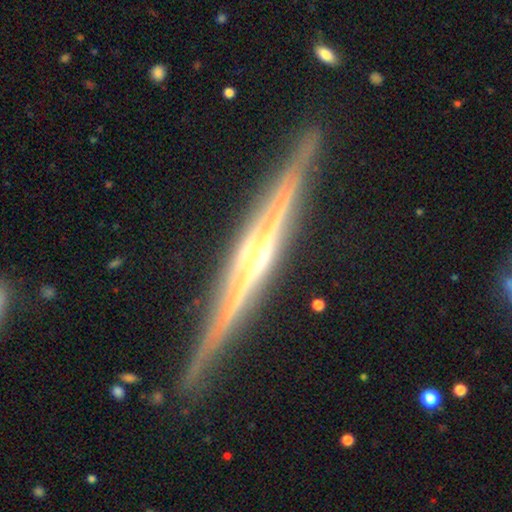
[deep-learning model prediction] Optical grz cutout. It shows a featured or disk galaxy (89%) viewed edge-on (98%) with a rounded central bulge (82%). Merging: none (89%).